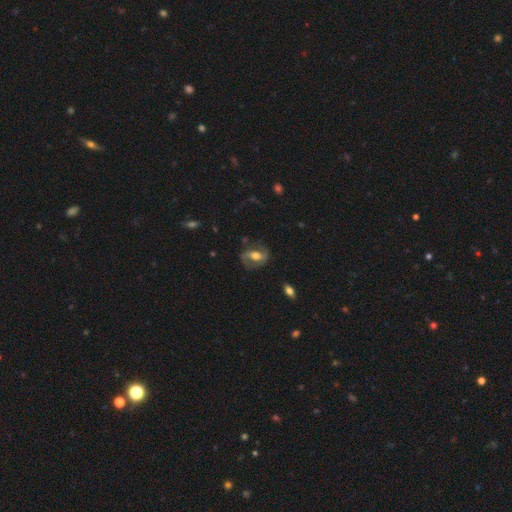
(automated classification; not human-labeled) This is likely a featured or disk galaxy (70%). It is clearly not viewed edge-on (94%). Bar: marginally weak (39%). Spiral arm pattern: clearly yes (86%). Spiral arm count: clearly 2 (84%). Spiral winding: possibly medium (45%). Central bulge: likely moderate (67%). Merging: likely none (71%).